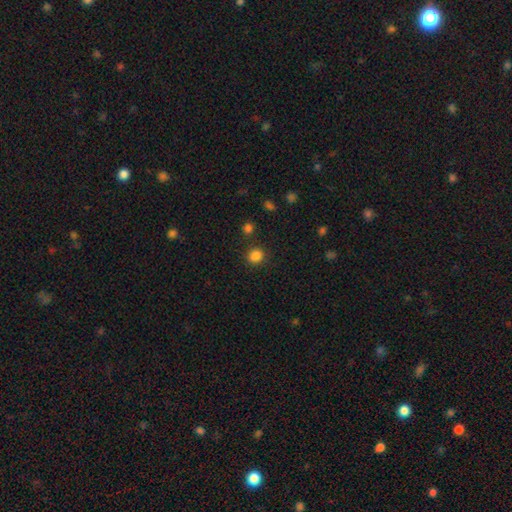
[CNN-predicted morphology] smooth_or_featured: smooth (p=0.85) [alt: star or artifact p=0.12]
how_rounded: round (p=0.80) [alt: in between p=0.19]
merging: none (p=0.85) [alt: minor disturbance p=0.08]